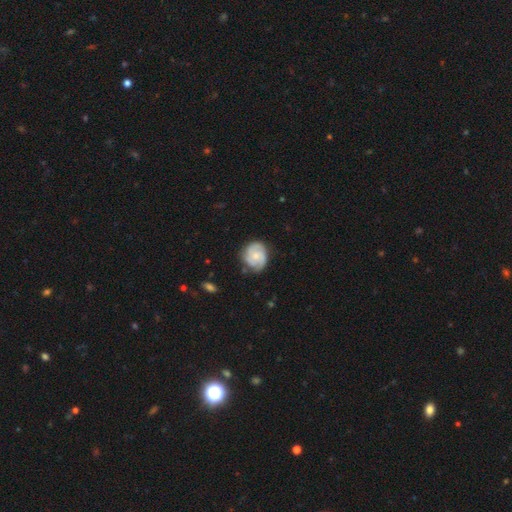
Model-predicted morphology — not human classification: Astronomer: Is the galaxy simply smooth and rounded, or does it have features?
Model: featured or disk — 71%.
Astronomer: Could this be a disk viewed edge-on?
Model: no — 98%.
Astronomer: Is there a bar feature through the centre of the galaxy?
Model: no — 72%.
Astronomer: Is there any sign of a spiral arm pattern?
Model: yes — 94%.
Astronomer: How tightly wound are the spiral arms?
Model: tight — 53% (runner-up: medium, 38%).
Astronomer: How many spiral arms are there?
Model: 2 — 38% (runner-up: 3, 37%).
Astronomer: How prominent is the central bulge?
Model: small — 55% (runner-up: moderate, 39%).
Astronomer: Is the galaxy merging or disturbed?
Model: none — 70%.